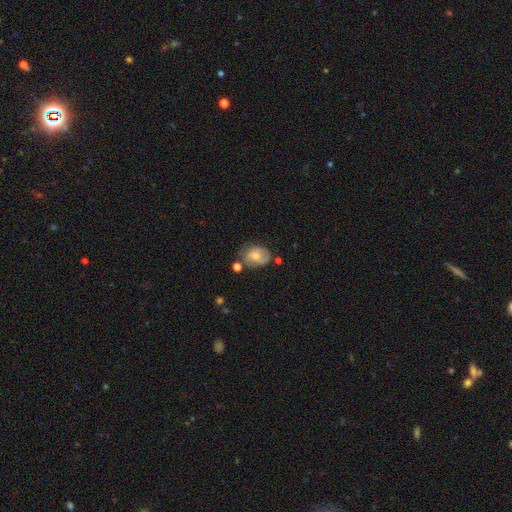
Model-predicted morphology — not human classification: Smooth or featured? Predicted: smooth (p=0.53). How rounded? Predicted: in between (p=0.57). Merging? Predicted: none (p=0.50).